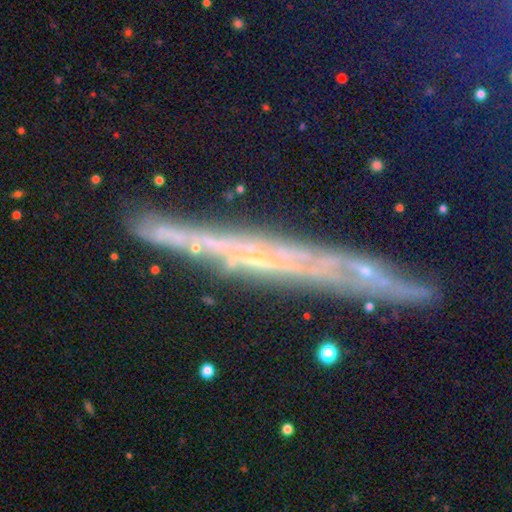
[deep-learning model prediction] A featured or disk galaxy (51%) viewed edge-on (75%).

Vote fractions:
- Smooth or featured? featured or disk: 51% / star or artifact: 30% / smooth: 19%
- Edge-on disk? yes: 75% / no: 25%
- Merging? none: 77% / minor disturbance: 14% / major disturbance: 5% / merger: 4%